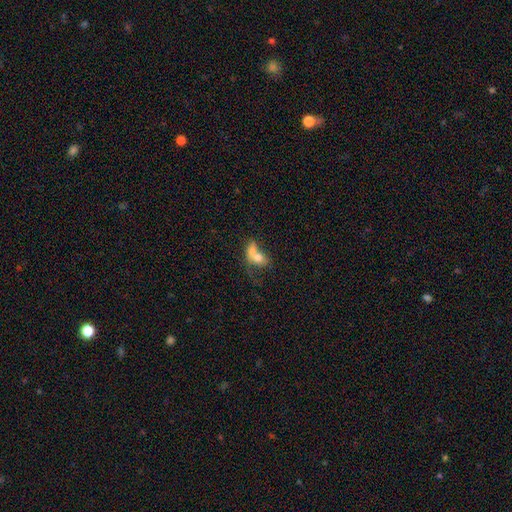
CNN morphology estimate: Overall: smooth (66%). How rounded: in between (64%; round 32%). Merging: merger (72%).